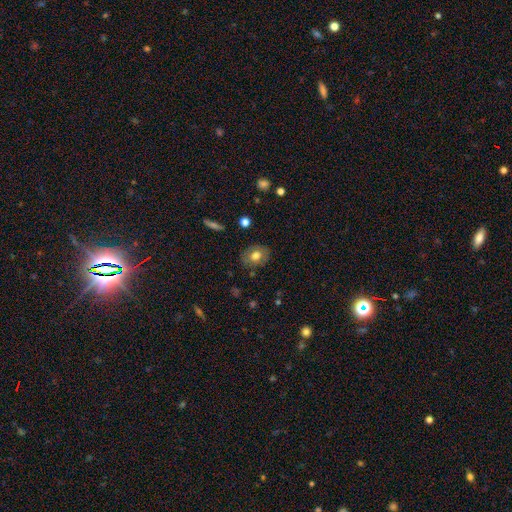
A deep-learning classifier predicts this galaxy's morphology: type=smooth (69%); roundness=in between (58%); merging=none (83%).